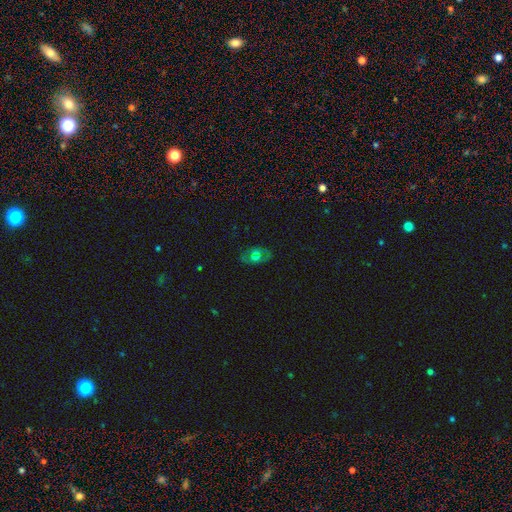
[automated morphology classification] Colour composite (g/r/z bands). It shows a featured or disk galaxy (42%). Merging: none (66%).